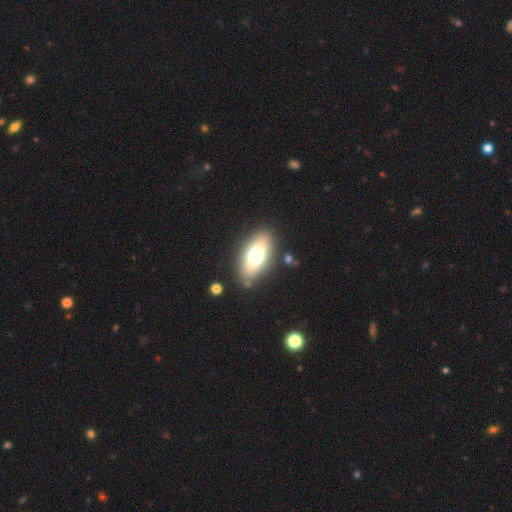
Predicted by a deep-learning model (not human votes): This is likely a smooth galaxy (65%). How rounded: clearly in between (84%). Merging: clearly none (84%).